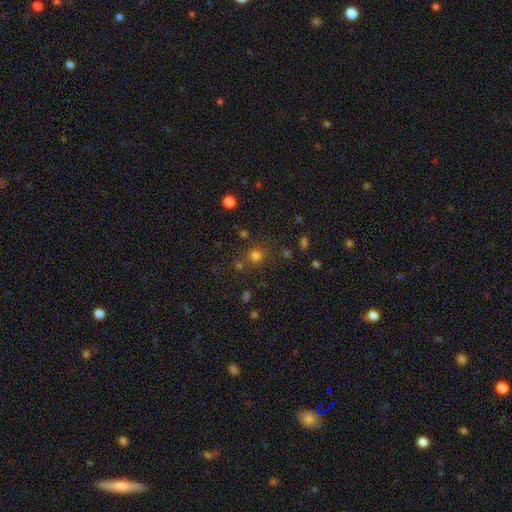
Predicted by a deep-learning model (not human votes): smooth-or-featured: smooth: 73% | star or artifact: 20% | featured or disk: 6%
  how-rounded: round: 89% | in between: 10% | cigar-shaped: 1%
  merging: none: 76% | minor disturbance: 10% | merger: 10% | major disturbance: 4%